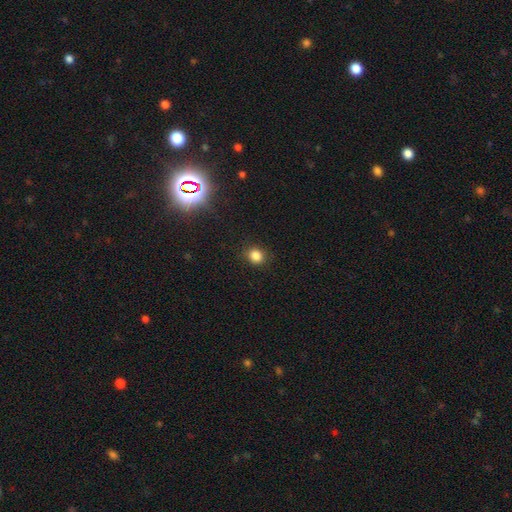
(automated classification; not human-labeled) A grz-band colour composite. It shows a smooth galaxy with no disk features (83%) that is round (75%). Merging: none (88%).